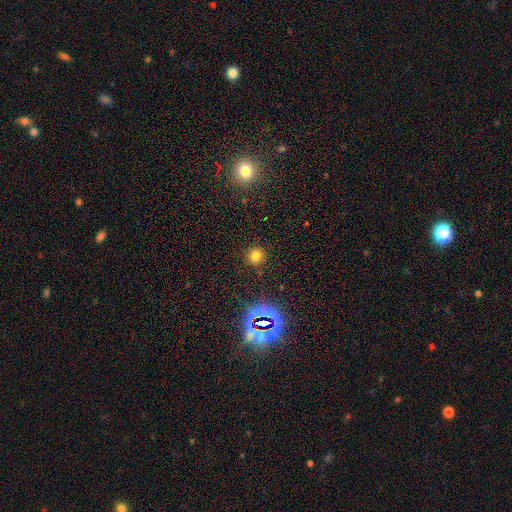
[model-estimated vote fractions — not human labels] Smooth or featured?
  - smooth: 70% *
  - star or artifact: 23%
  - featured or disk: 7%
How rounded?
  - round: 92% *
  - in between: 7%
  - cigar-shaped: 1%
Merging?
  - none: 89% *
  - minor disturbance: 7%
  - major disturbance: 3%
  - merger: 2%